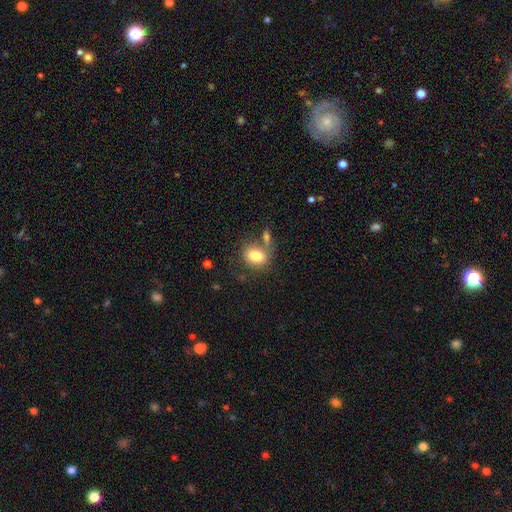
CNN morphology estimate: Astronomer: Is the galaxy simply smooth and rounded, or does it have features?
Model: smooth — 81%.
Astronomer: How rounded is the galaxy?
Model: in between — 69%.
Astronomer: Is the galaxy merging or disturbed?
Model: none — 53%.